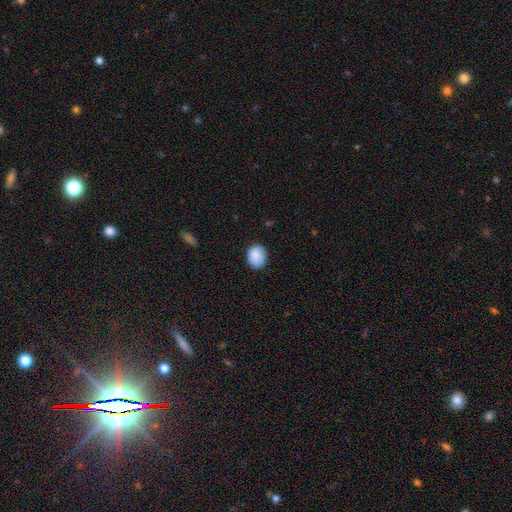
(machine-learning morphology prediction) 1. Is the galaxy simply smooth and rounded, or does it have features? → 89% smooth, 7% star or artifact, 4% featured or disk.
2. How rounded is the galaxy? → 57% in between, 42% round, 1% cigar-shaped.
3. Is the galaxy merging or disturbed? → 85% none, 12% minor disturbance, 2% major disturbance, 1% merger.